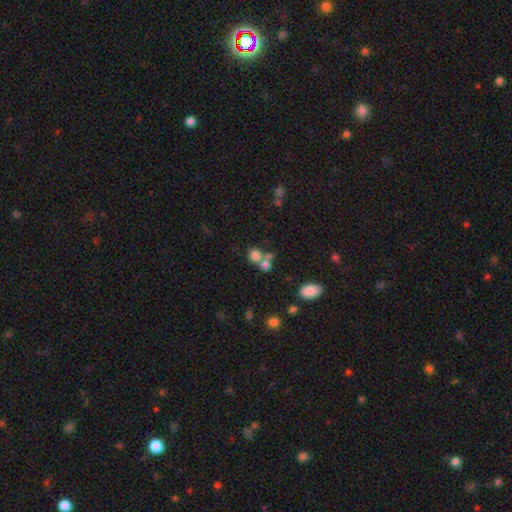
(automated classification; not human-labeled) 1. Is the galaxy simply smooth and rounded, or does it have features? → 73% smooth, 14% star or artifact, 13% featured or disk.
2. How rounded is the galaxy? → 76% round, 22% in between, 1% cigar-shaped.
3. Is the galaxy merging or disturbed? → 51% merger, 38% none, 7% minor disturbance, 4% major disturbance.